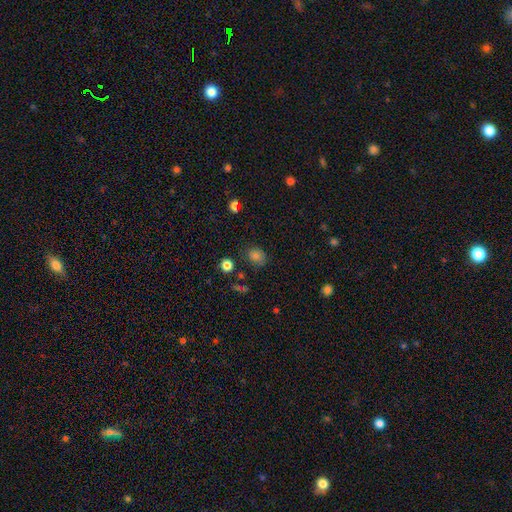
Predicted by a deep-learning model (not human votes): smooth_or_featured: smooth (p=0.77) [alt: star or artifact p=0.15]
how_rounded: round (p=0.59) [alt: in between p=0.40]
merging: none (p=0.73) [alt: minor disturbance p=0.19]